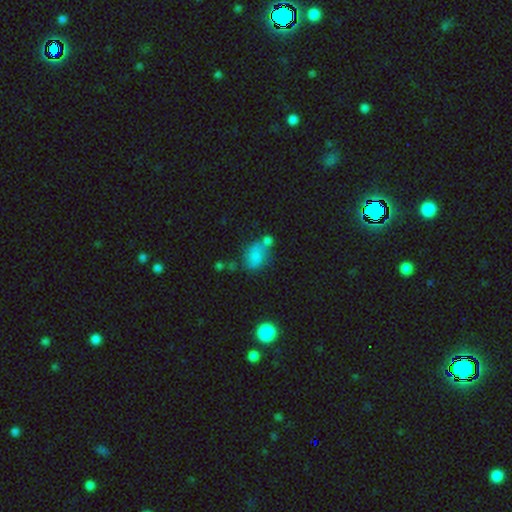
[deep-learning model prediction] Overall: smooth (72%). How rounded: in between (74%). Merging: none (40%; merger 27%).